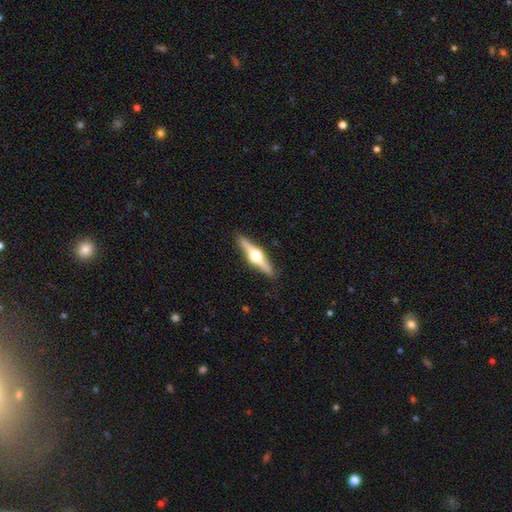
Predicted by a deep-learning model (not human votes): Smooth or featured?
  - featured or disk: 74% *
  - smooth: 21%
  - star or artifact: 5%
Edge-on disk?
  - yes: 98% *
  - no: 2%
Edge-on bulge?
  - rounded: 96% *
  - boxy: 3%
  - none: 1%
Merging?
  - none: 91% *
  - minor disturbance: 7%
  - major disturbance: 1%
  - merger: 1%